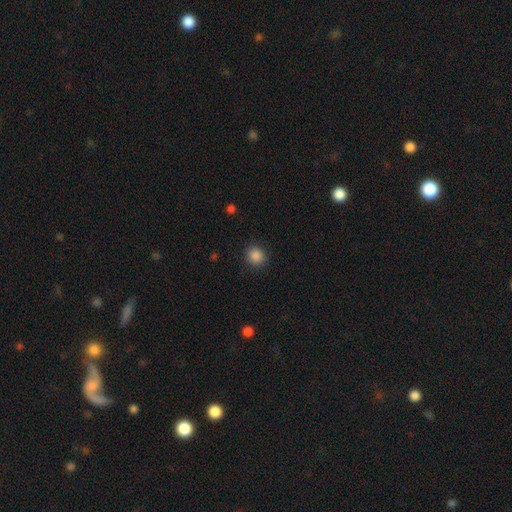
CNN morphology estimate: A smooth galaxy with no disk features (87%) that is round (90%).

Vote fractions:
- Smooth or featured? smooth: 87% / star or artifact: 10% / featured or disk: 3%
- How rounded? round: 90% / in between: 9% / cigar-shaped: 1%
- Merging? none: 90% / minor disturbance: 7% / major disturbance: 2% / merger: 1%